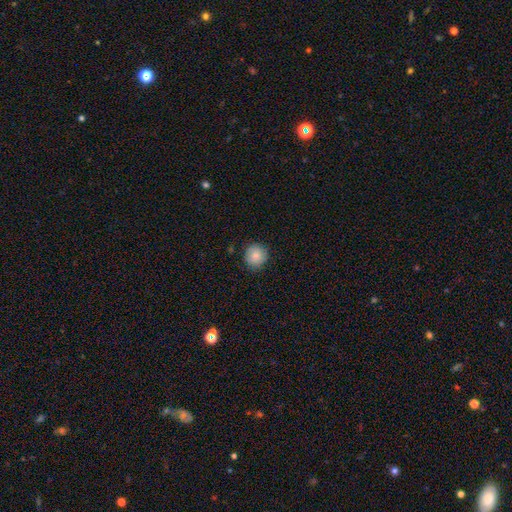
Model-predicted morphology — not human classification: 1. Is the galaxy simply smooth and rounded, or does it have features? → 82% smooth, 10% featured or disk, 9% star or artifact.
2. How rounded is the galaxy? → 90% round, 9% in between, 1% cigar-shaped.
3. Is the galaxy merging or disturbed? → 86% none, 11% minor disturbance, 2% major disturbance, 1% merger.